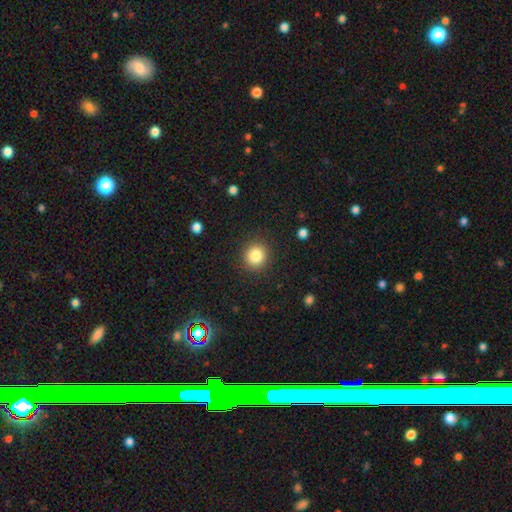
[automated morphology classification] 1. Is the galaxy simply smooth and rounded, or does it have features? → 83% smooth, 10% star or artifact, 6% featured or disk.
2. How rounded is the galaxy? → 90% round, 9% in between, 1% cigar-shaped.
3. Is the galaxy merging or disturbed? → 89% none, 7% minor disturbance, 3% major disturbance, 1% merger.